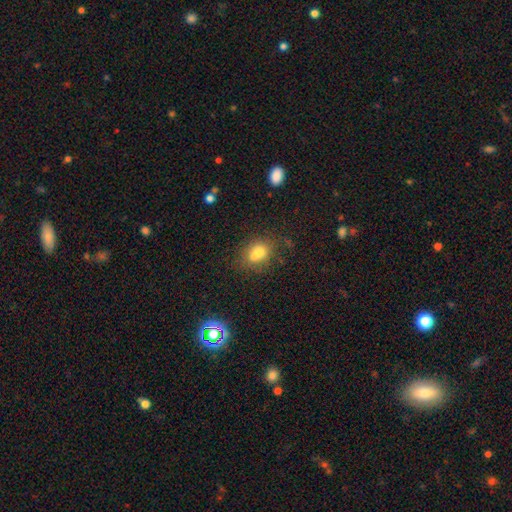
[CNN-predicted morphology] smooth-or-featured: smooth: 71% | star or artifact: 17% | featured or disk: 12%
  how-rounded: in between: 53% | round: 45% | cigar-shaped: 2%
  merging: none: 59% | merger: 19% | minor disturbance: 17% | major disturbance: 6%